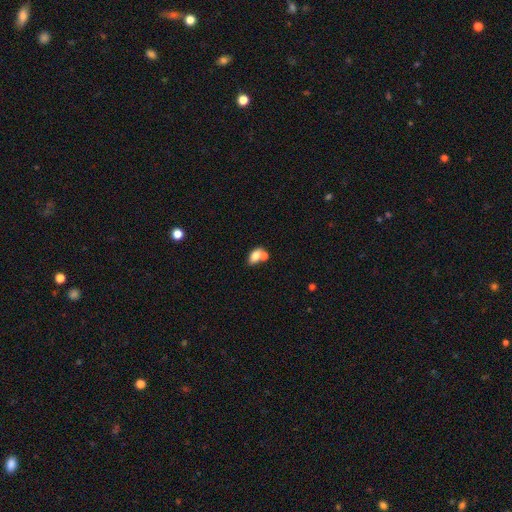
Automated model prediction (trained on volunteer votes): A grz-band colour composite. It shows a smooth galaxy with no disk features (75%) that is in between round and cigar-shaped (85%). Merging: merger (50%).